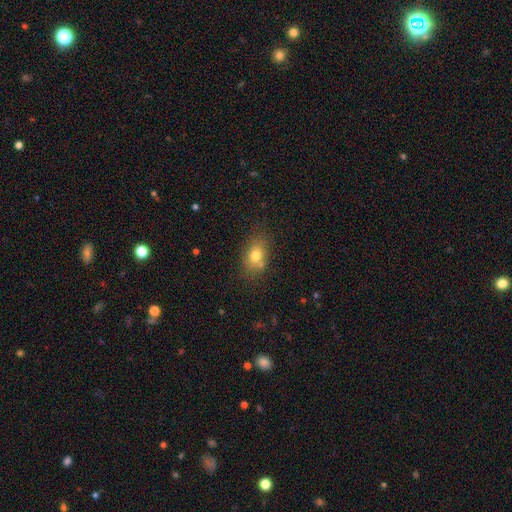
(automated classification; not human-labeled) smooth 75%, featured or disk 14%, star or artifact 12%. Down the decision tree: how rounded — in between (75%); merging — none (74%).